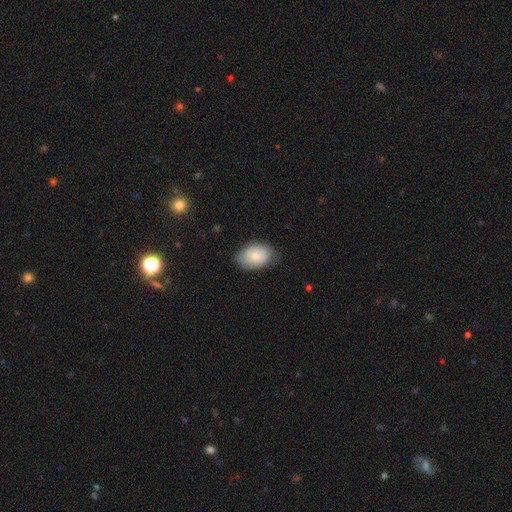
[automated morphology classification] Smooth or featured: smooth — 76% (featured or disk — 18%)
How rounded: in between — 83% (round — 16%)
Merging: none — 73% (minor disturbance — 22%)